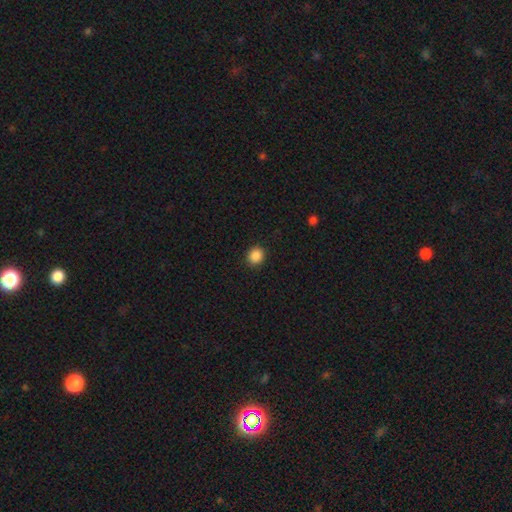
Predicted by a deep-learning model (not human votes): smooth 88%, star or artifact 10%, featured or disk 2%. Down the decision tree: how rounded — round (77%); merging — none (90%).